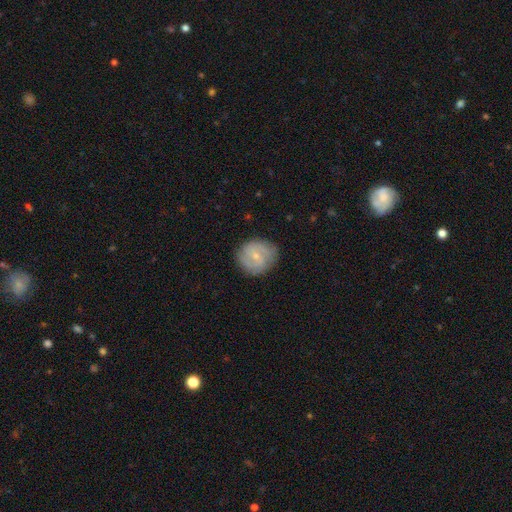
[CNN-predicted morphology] type=featured or disk (63%); edge-on=no (98%); bar=no (47%); spiral arms=yes (87%); winding=tight (45%); arm count=2 (60%); bulge=small (71%); merging=none (81%).